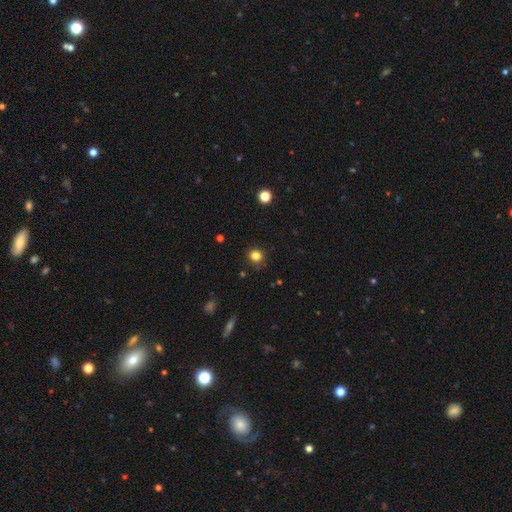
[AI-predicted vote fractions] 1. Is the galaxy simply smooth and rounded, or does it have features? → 83% smooth, 13% star or artifact, 4% featured or disk.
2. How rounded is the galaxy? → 84% round, 15% in between, 1% cigar-shaped.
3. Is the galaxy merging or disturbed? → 87% none, 9% minor disturbance, 2% major disturbance, 1% merger.